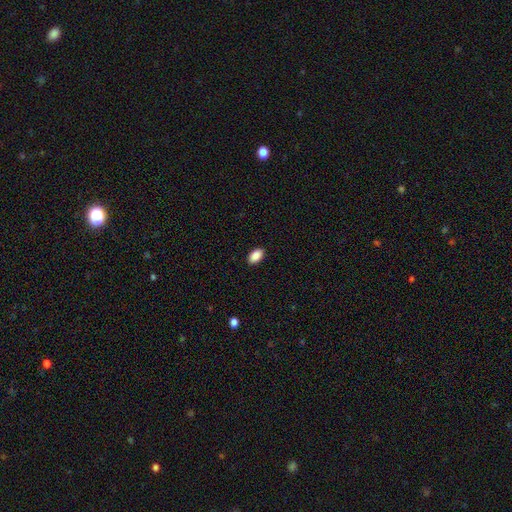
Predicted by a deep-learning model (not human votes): The model was most divided on "smooth or featured": smooth: 90%, star or artifact: 7%, featured or disk: 3%. More confident: how rounded — in between (93%); merging — none (90%).